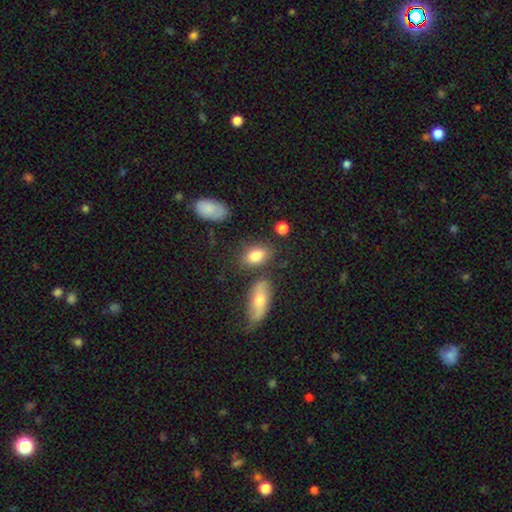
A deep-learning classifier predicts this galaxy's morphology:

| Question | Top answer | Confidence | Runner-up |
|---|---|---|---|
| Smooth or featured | smooth | 81% | featured or disk (11%) |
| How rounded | in between | 89% | round (8%) |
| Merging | none | 70% | minor disturbance (16%) |